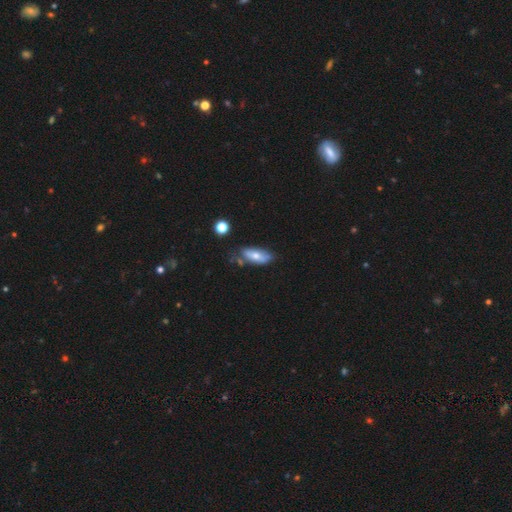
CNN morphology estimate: This is possibly a smooth galaxy (58%). How rounded: likely in between (78%). Merging: possibly none (51%).